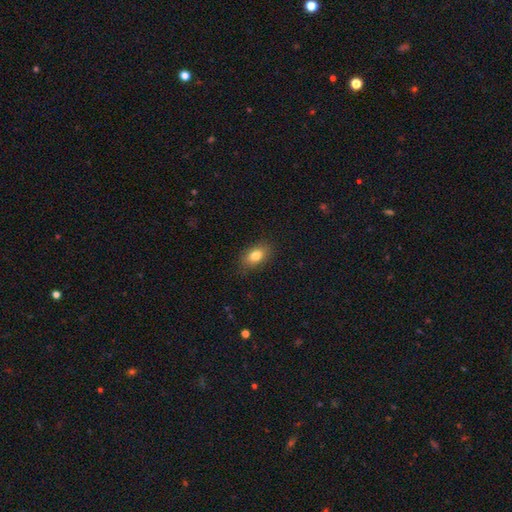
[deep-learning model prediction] smooth_or_featured: smooth (p=0.81) [alt: featured or disk p=0.10]
how_rounded: in between (p=0.84) [alt: round p=0.13]
merging: none (p=0.85) [alt: minor disturbance p=0.11]